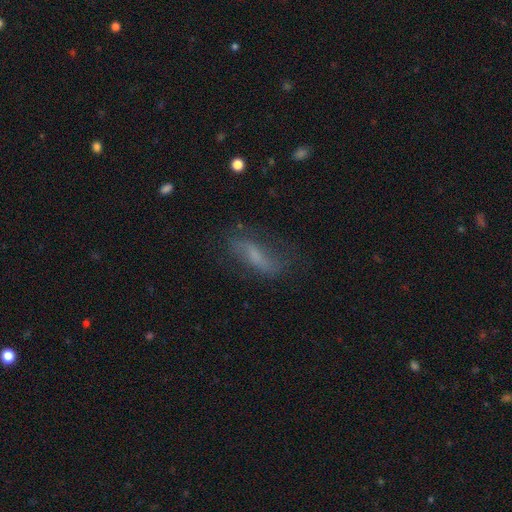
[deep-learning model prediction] featured or disk 46%, smooth 42%, star or artifact 12%. Down the decision tree: merging — none (62%).